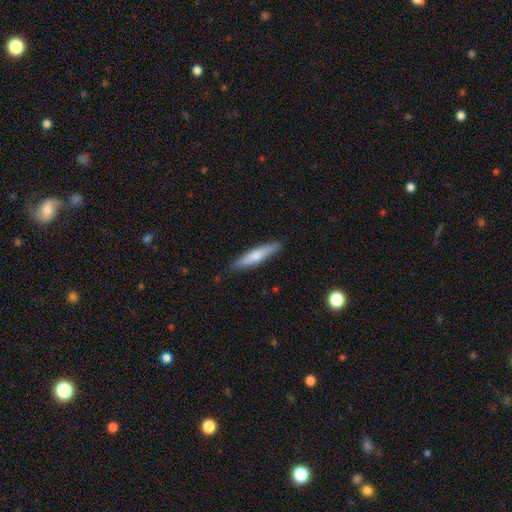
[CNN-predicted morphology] Overall: smooth (67%; featured or disk 28%). How rounded: cigar-shaped (86%). Merging: none (86%).